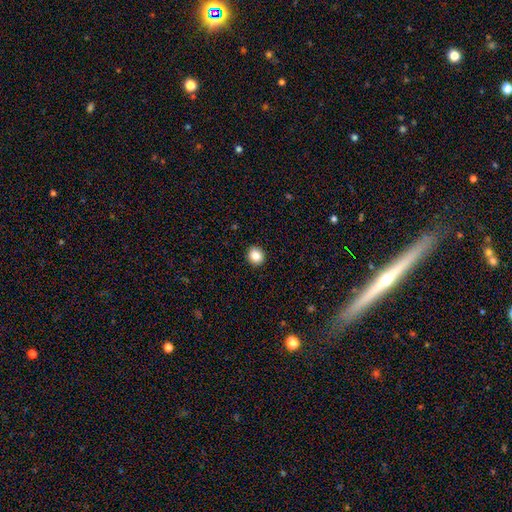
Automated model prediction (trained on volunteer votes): smooth_or_featured: smooth (p=0.85) [alt: star or artifact p=0.10]
how_rounded: round (p=0.83) [alt: in between p=0.16]
merging: none (p=0.92) [alt: minor disturbance p=0.05]